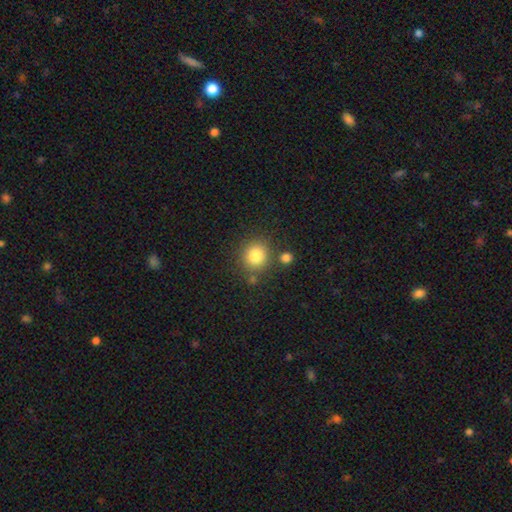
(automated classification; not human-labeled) Overall: smooth (82%). How rounded: round (86%). Merging: none (78%).